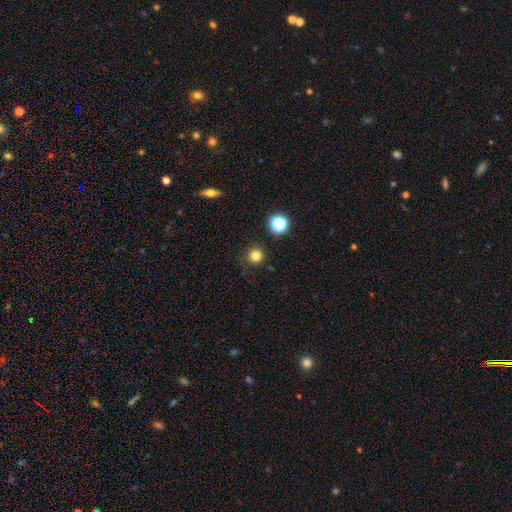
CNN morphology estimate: A smooth galaxy with no disk features (81%) that is round (95%). Merging: none (88%).